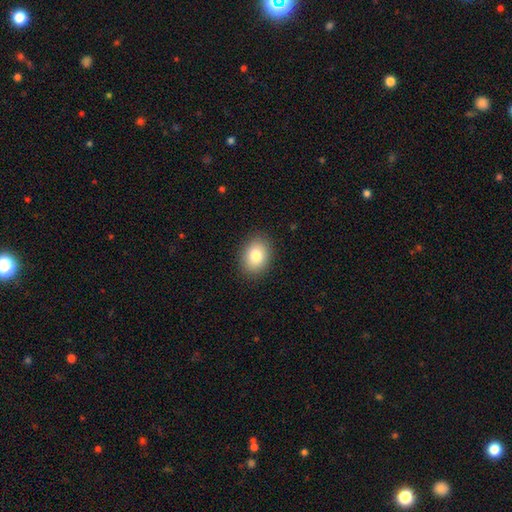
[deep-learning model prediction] Q: Smooth or featured?
A: smooth (82%); runner-up: featured or disk (10%)
Q: How rounded?
A: in between (67%); runner-up: round (32%)
Q: Merging?
A: none (89%); runner-up: minor disturbance (8%)